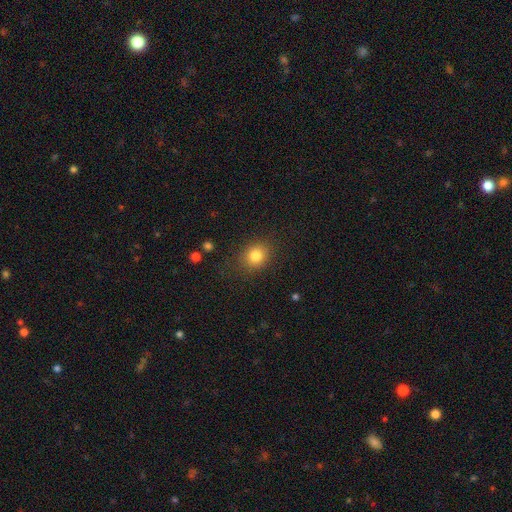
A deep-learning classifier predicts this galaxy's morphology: This is clearly a smooth galaxy (82%). How rounded: likely round (67%). Merging: clearly none (83%).